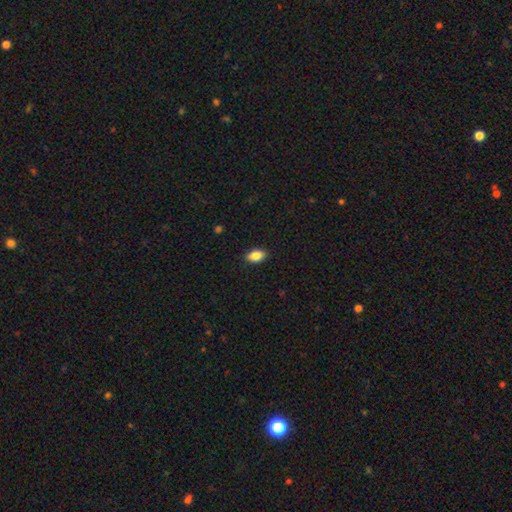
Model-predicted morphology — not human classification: smooth_or_featured: smooth (p=0.86) [alt: star or artifact p=0.08]
how_rounded: in between (p=0.89) [alt: round p=0.08]
merging: none (p=0.89) [alt: minor disturbance p=0.08]